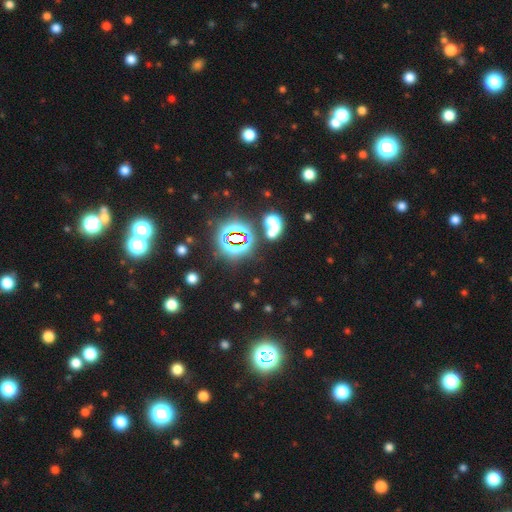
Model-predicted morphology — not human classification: A star or artifact, not a galaxy (74%).